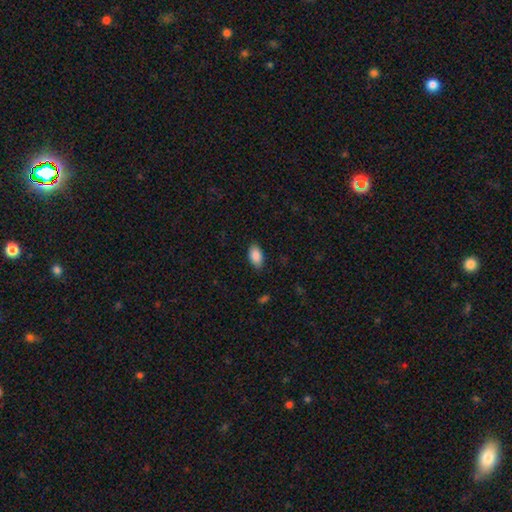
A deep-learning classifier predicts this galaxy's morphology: Smooth or featured? Predicted: smooth (p=0.89). How rounded? Predicted: in between (p=0.94). Merging? Predicted: none (p=0.86).